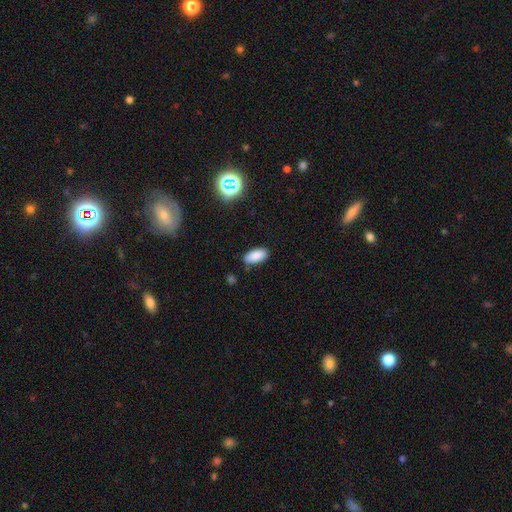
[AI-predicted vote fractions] A smooth galaxy with no disk features (86%) that is in between round and cigar-shaped (92%).

Vote fractions:
- Smooth or featured? smooth: 86% / star or artifact: 10% / featured or disk: 5%
- How rounded? in between: 92% / cigar-shaped: 5% / round: 3%
- Merging? none: 85% / minor disturbance: 11% / major disturbance: 3% / merger: 2%